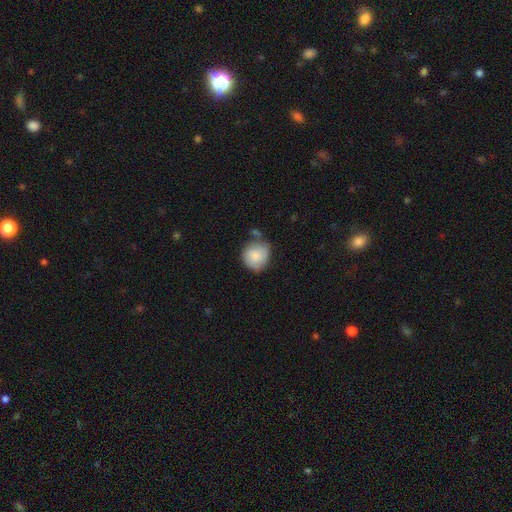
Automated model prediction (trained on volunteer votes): A smooth galaxy with no disk features (83%) that is round (85%). Merging: none (62%).